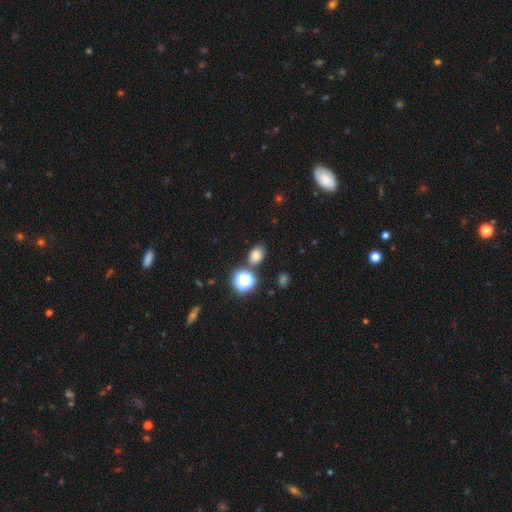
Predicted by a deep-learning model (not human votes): Smooth or featured? smooth (76%)
How rounded? in between (65%)
Merging? none (73%)